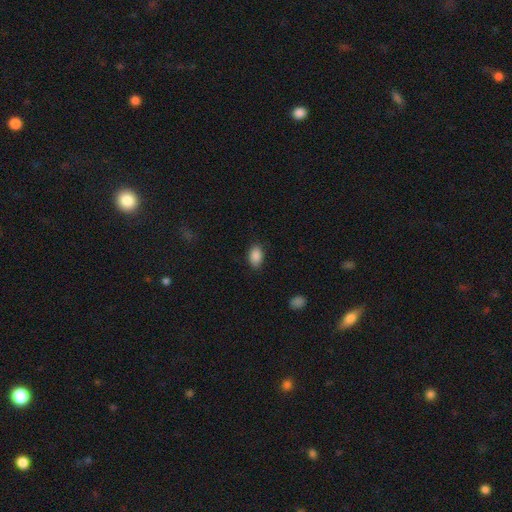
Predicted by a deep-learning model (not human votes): The model was most divided on "merging": none: 86%, minor disturbance: 10%, major disturbance: 2%, merger: 1%. More confident: how rounded — in between (89%); smooth or featured — smooth (88%).